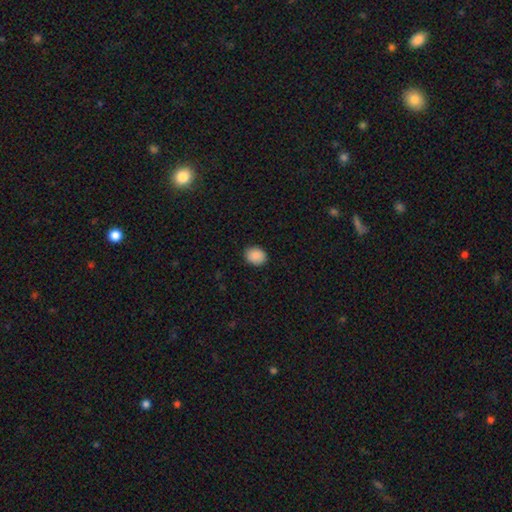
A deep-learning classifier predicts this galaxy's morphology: Overall: smooth (90%). How rounded: in between (51%; round 48%). Merging: none (89%).